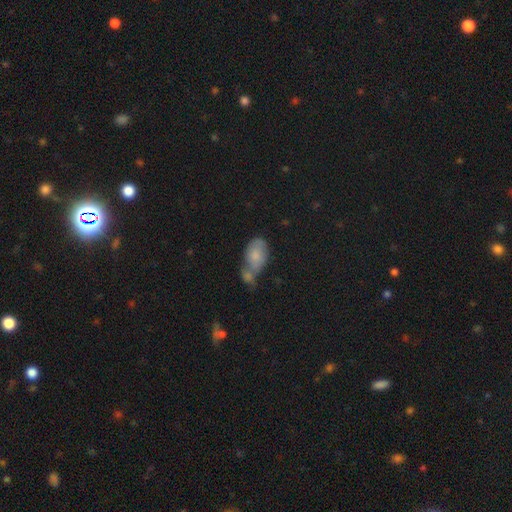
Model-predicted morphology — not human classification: Smooth or featured?
  - smooth: 74% *
  - featured or disk: 18%
  - star or artifact: 8%
How rounded?
  - in between: 90% *
  - round: 8%
  - cigar-shaped: 2%
Merging?
  - merger: 50% *
  - none: 27%
  - minor disturbance: 15%
  - major disturbance: 8%